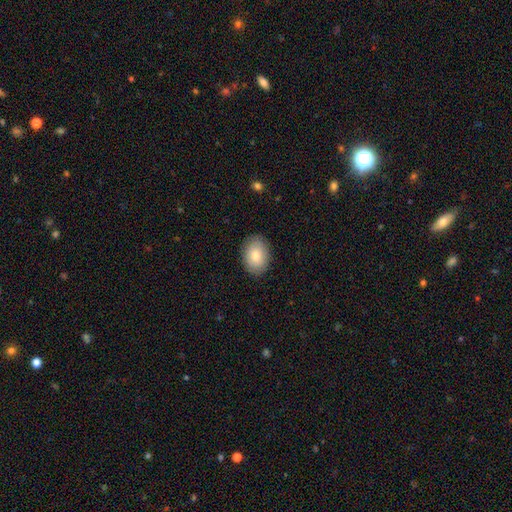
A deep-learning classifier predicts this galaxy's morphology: Smooth or featured?
  - smooth: 81% *
  - featured or disk: 12%
  - star or artifact: 7%
How rounded?
  - in between: 77% *
  - round: 22%
  - cigar-shaped: 1%
Merging?
  - none: 87% *
  - minor disturbance: 9%
  - major disturbance: 2%
  - merger: 1%